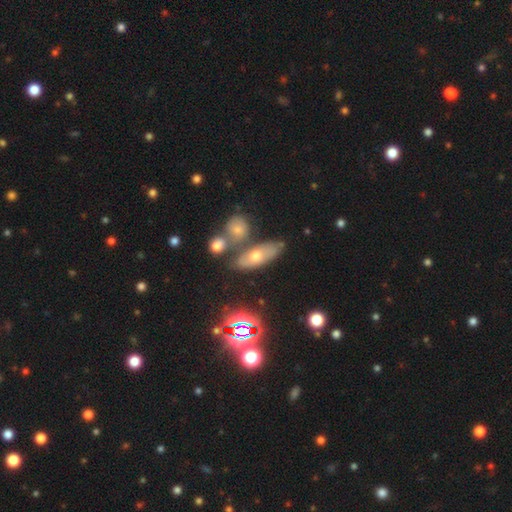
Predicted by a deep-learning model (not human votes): smooth-or-featured: smooth: 50% | featured or disk: 33% | star or artifact: 17%
  how-rounded: in between: 70% | cigar-shaped: 23% | round: 7%
  merging: none: 62% | merger: 20% | minor disturbance: 13% | major disturbance: 5%